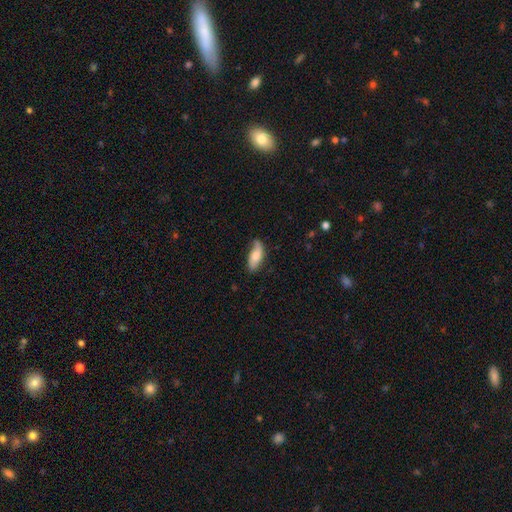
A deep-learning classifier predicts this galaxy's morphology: This is possibly a smooth galaxy (60%). How rounded: likely in between (76%). Merging: likely none (61%).